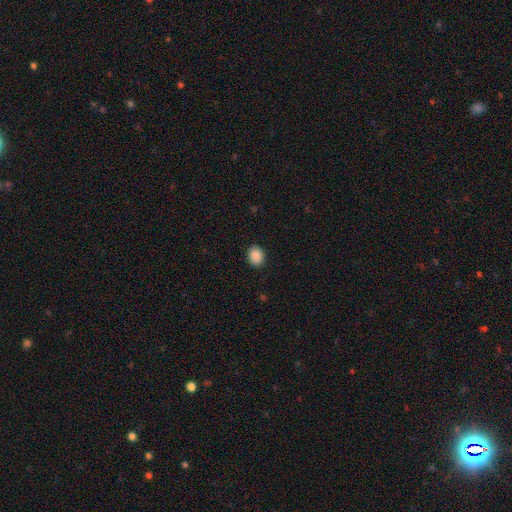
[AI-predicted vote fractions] smooth-or-featured: smooth: 89% | star or artifact: 8% | featured or disk: 3%
  how-rounded: in between: 54% | round: 45% | cigar-shaped: 1%
  merging: none: 89% | minor disturbance: 8% | major disturbance: 2% | merger: 1%